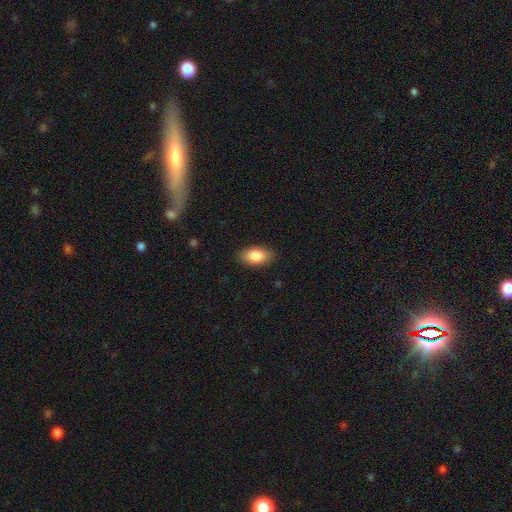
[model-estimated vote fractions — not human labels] Morphology: type=smooth (86%); roundness=in between (93%); merging=none (87%).